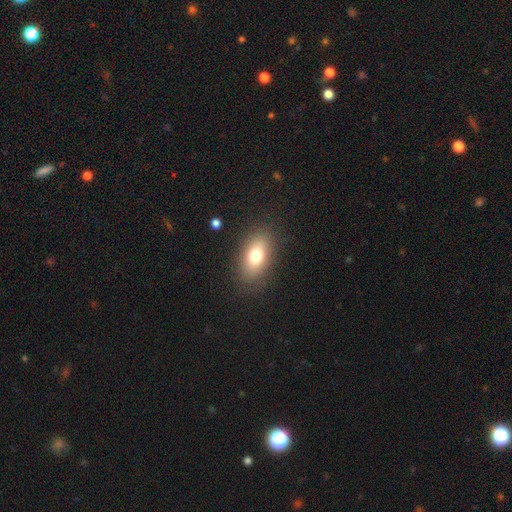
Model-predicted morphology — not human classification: Smooth or featured?
  - smooth: 76% *
  - featured or disk: 15%
  - star or artifact: 9%
How rounded?
  - in between: 87% *
  - round: 9%
  - cigar-shaped: 4%
Merging?
  - none: 85% *
  - minor disturbance: 10%
  - major disturbance: 4%
  - merger: 1%